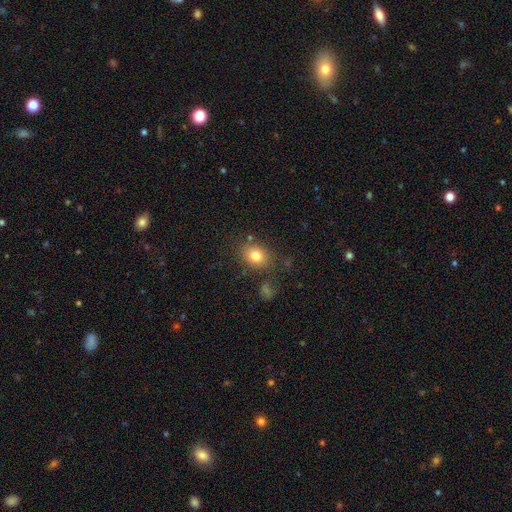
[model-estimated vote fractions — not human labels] smooth_or_featured: smooth (p=0.80) [alt: star or artifact p=0.11]
how_rounded: in between (p=0.58) [alt: round p=0.41]
merging: none (p=0.77) [alt: minor disturbance p=0.14]